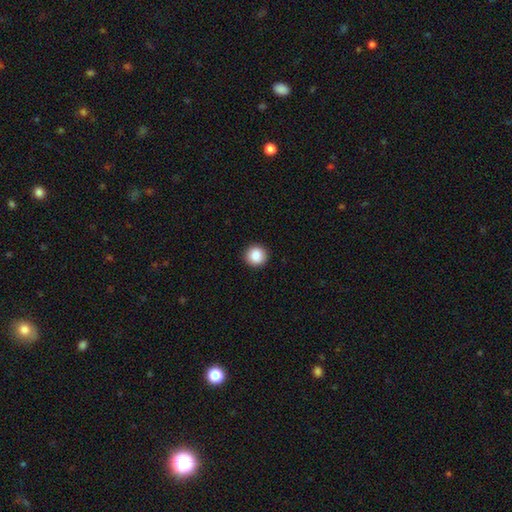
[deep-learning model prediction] Smooth or featured?
  - smooth: 88% *
  - star or artifact: 8%
  - featured or disk: 4%
How rounded?
  - round: 95% *
  - in between: 4%
  - cigar-shaped: 1%
Merging?
  - none: 93% *
  - minor disturbance: 5%
  - major disturbance: 2%
  - merger: 1%